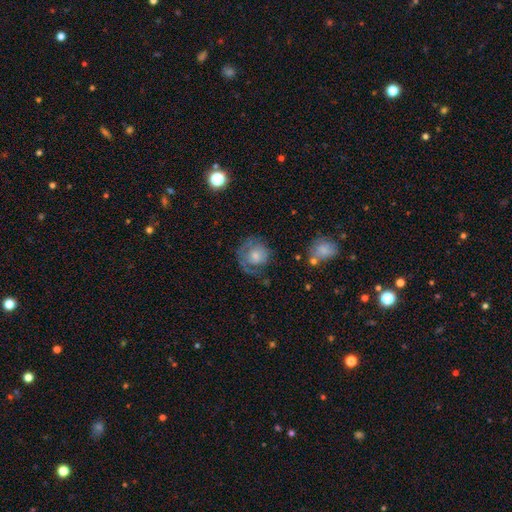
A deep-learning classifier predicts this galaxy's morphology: Smooth or featured?
  - smooth: 53% *
  - featured or disk: 39%
  - star or artifact: 8%
How rounded?
  - round: 84% *
  - in between: 15%
  - cigar-shaped: 1%
Merging?
  - none: 49% *
  - major disturbance: 25%
  - minor disturbance: 23%
  - merger: 3%